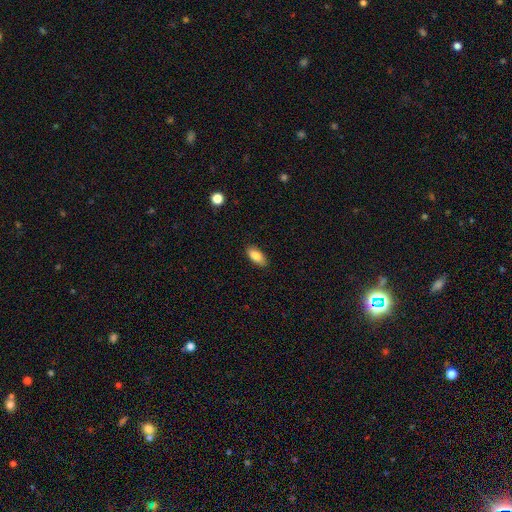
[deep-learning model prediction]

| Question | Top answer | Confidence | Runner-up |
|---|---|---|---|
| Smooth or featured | smooth | 85% | featured or disk (8%) |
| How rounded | in between | 87% | cigar-shaped (10%) |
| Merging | none | 87% | minor disturbance (10%) |